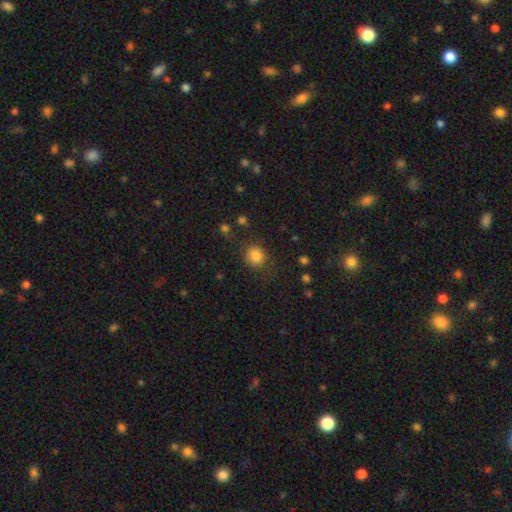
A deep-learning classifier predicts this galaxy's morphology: smooth_or_featured: smooth (p=0.84) [alt: star or artifact p=0.11]
how_rounded: round (p=0.79) [alt: in between p=0.20]
merging: none (p=0.77) [alt: minor disturbance p=0.13]